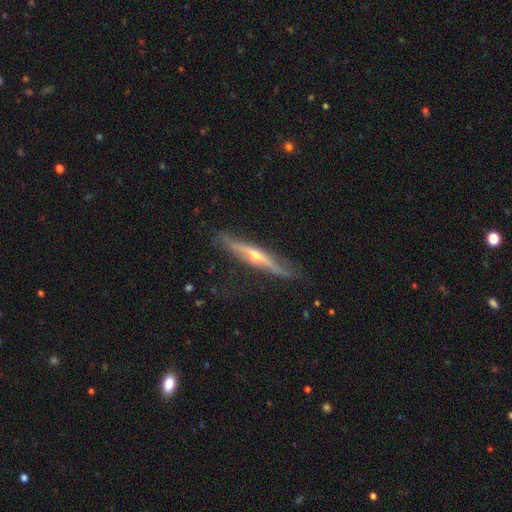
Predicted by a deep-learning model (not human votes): A featured or disk galaxy (71%) viewed edge-on (91%) with a rounded central bulge (81%).

Vote fractions:
- Smooth or featured? featured or disk: 71% / smooth: 23% / star or artifact: 6%
- Edge-on disk? yes: 91% / no: 9%
- Edge-on bulge? rounded: 81% / none: 15% / boxy: 4%
- Merging? none: 76% / minor disturbance: 18% / major disturbance: 4% / merger: 2%